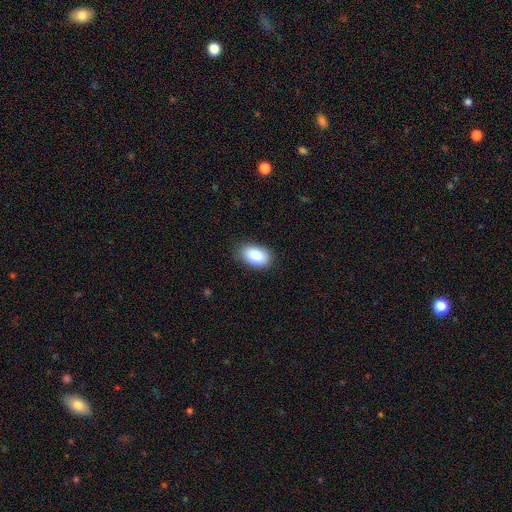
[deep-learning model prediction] smooth-or-featured: smooth: 83% | featured or disk: 9% | star or artifact: 8%
  how-rounded: in between: 89% | round: 10% | cigar-shaped: 1%
  merging: none: 85% | minor disturbance: 12% | major disturbance: 2% | merger: 1%